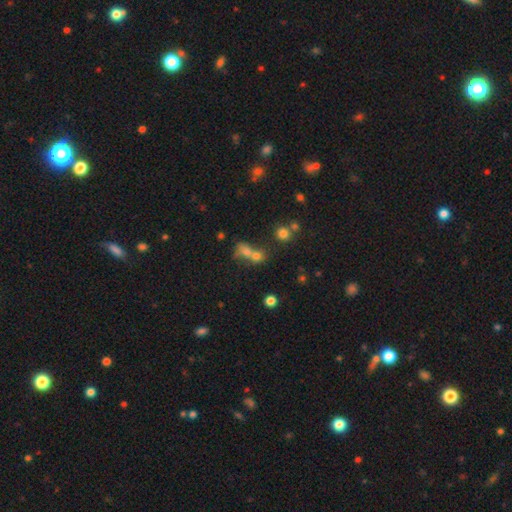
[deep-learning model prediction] A smooth galaxy with no disk features (66%) that is round (59%). Merging: merger (57%).